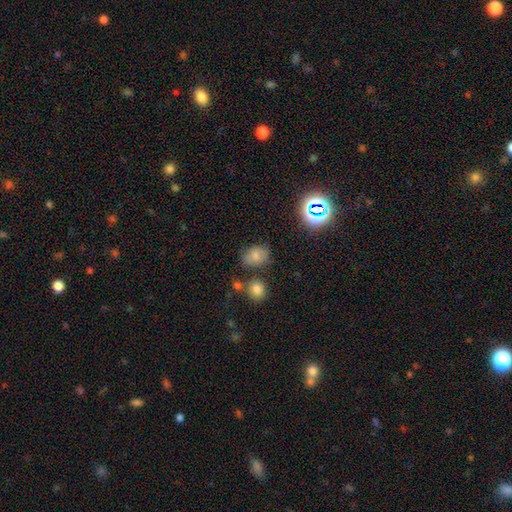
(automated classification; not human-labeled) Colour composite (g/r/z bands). It shows a smooth galaxy with no disk features (71%) that is in between round and cigar-shaped (66%). Merging: none (71%).